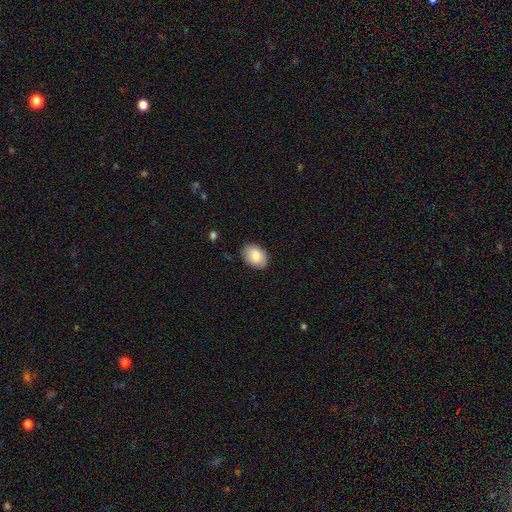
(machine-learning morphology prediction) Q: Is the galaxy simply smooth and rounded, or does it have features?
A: smooth — 83%.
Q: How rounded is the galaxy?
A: in between — 80%.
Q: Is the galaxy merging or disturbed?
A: none — 85%.